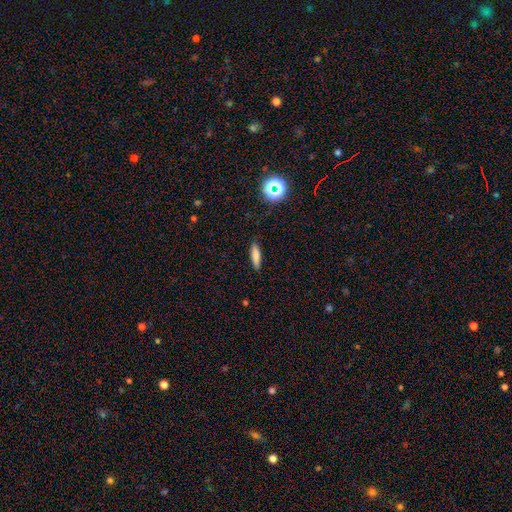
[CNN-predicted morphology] Smooth or featured: smooth — 80% (star or artifact — 10%)
How rounded: cigar-shaped — 69% (in between — 29%)
Merging: none — 87% (minor disturbance — 10%)